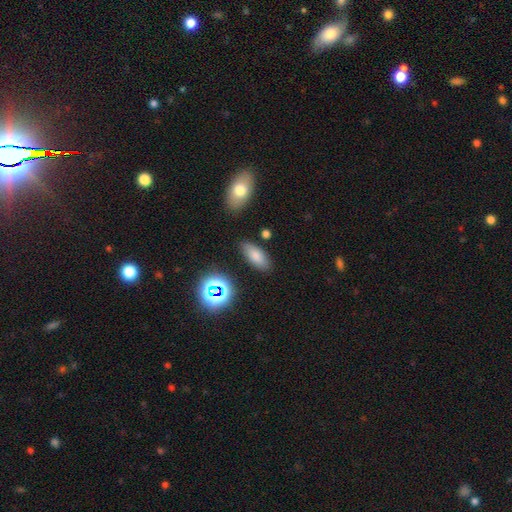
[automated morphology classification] Overall: smooth (77%). How rounded: in between (84%). Merging: none (81%).